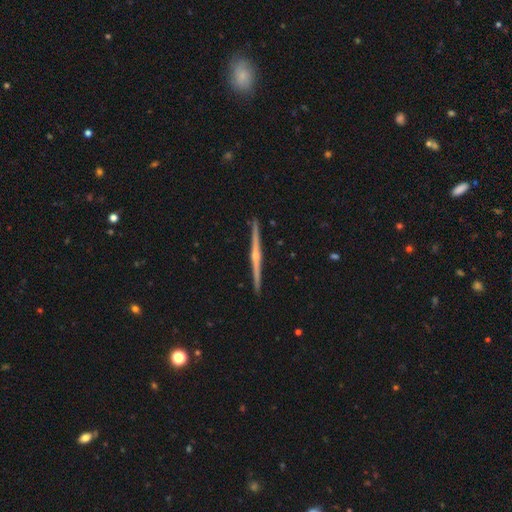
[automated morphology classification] Overall: featured or disk (86%). Edge-on disk: yes (99%). Edge-on bulge: rounded (84%). Merging: none (93%).